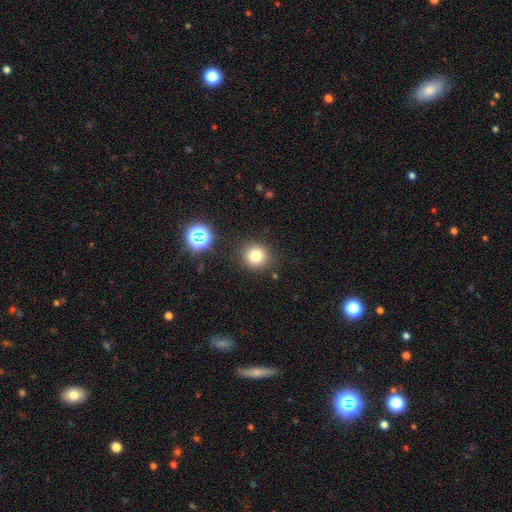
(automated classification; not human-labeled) A smooth galaxy with no disk features (77%) that is round (91%). Merging: none (87%).